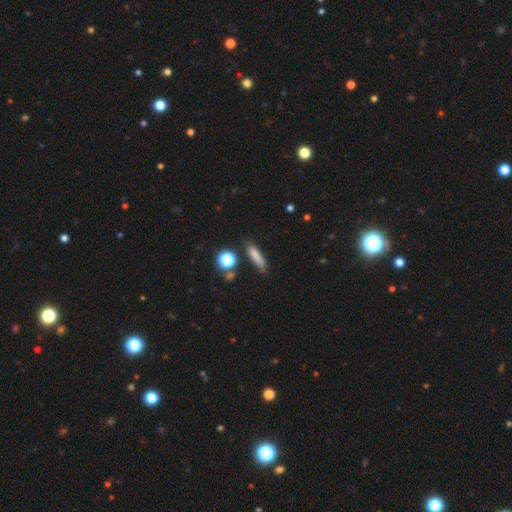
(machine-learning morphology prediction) This is likely a smooth galaxy (76%). How rounded: likely cigar-shaped (74%). Merging: likely none (73%).